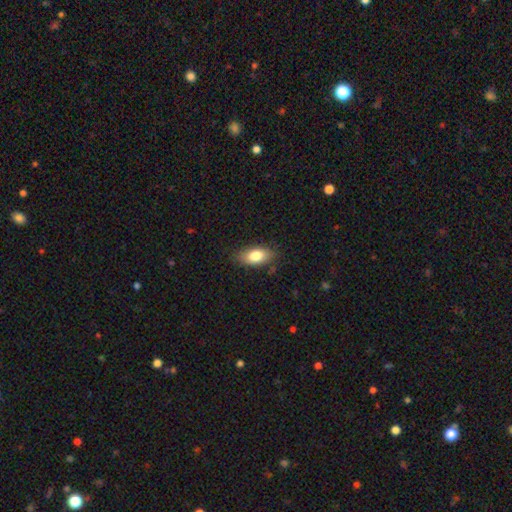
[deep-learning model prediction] A smooth galaxy with no disk features (80%) that is in between round and cigar-shaped (88%). Merging: none (82%).